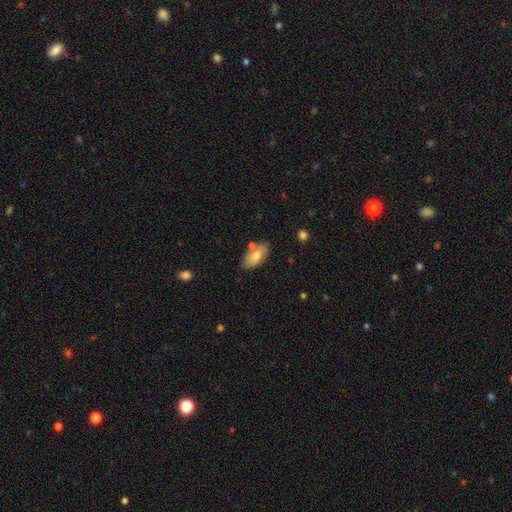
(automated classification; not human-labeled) Smooth or featured? smooth (76%)
How rounded? in between (91%)
Merging? none (72%)